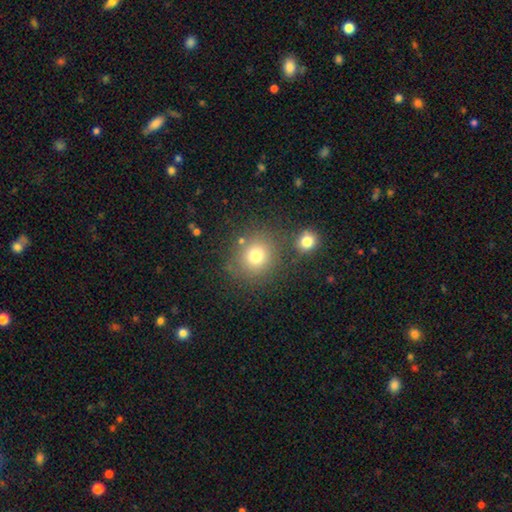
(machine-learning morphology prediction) smooth_or_featured: smooth (p=0.76) [alt: star or artifact p=0.15]
how_rounded: round (p=0.85) [alt: in between p=0.14]
merging: none (p=0.75) [alt: merger p=0.12]